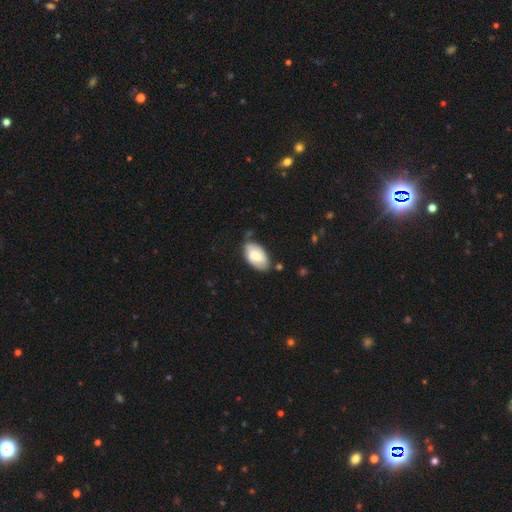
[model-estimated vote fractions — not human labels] smooth 67%, featured or disk 27%, star or artifact 6%. Down the decision tree: how rounded — in between (95%); merging — none (68%).